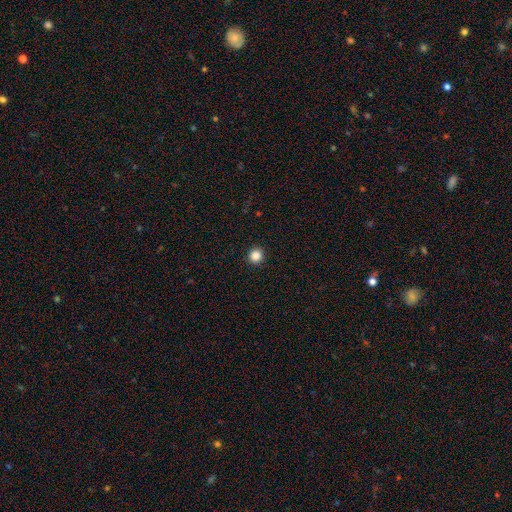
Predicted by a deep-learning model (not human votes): Smooth or featured? smooth (87%)
How rounded? round (95%)
Merging? none (93%)